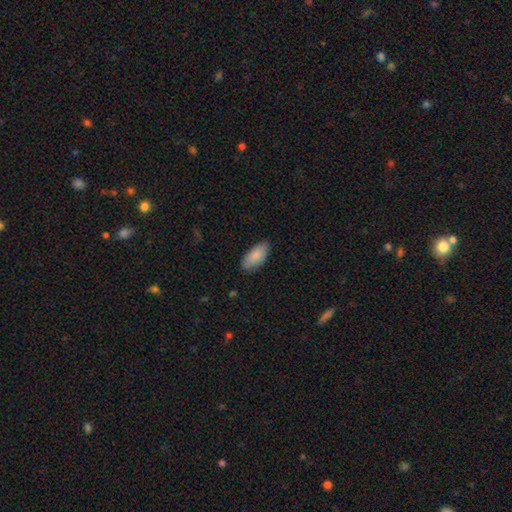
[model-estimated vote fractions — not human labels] Smooth or featured: smooth — 87% (featured or disk — 8%)
How rounded: in between — 92% (cigar-shaped — 7%)
Merging: none — 79% (minor disturbance — 17%)